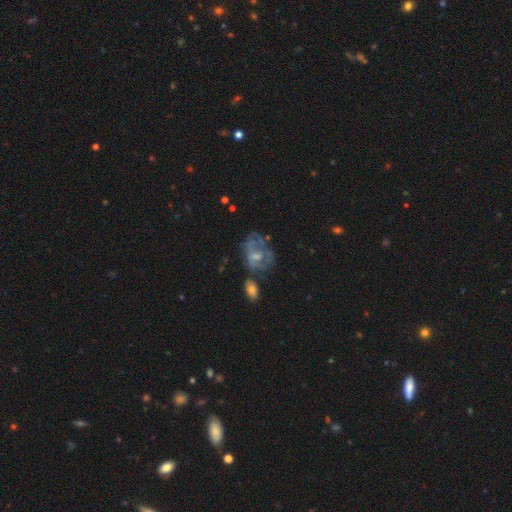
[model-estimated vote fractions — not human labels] Morphology: type=featured or disk (61%); edge-on=no (97%); bar=no (62%); spiral arms=no (64%); bulge=moderate (38%); merging=none (38%).